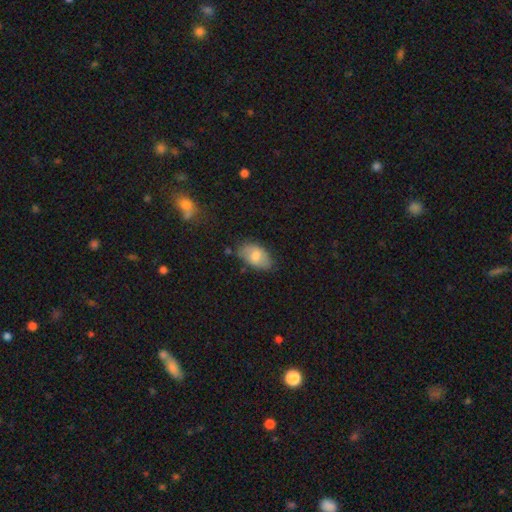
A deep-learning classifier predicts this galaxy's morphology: Smooth or featured?
  - smooth: 73% *
  - featured or disk: 20%
  - star or artifact: 7%
How rounded?
  - in between: 93% *
  - round: 5%
  - cigar-shaped: 2%
Merging?
  - none: 70% *
  - minor disturbance: 23%
  - major disturbance: 5%
  - merger: 3%